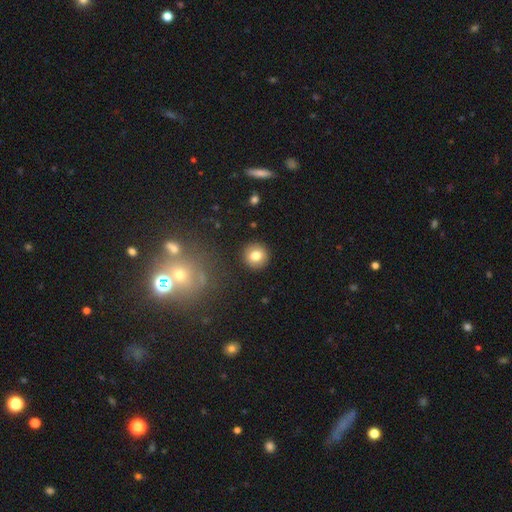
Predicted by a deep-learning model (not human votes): smooth 79%, featured or disk 11%, star or artifact 10%. Down the decision tree: how rounded — round (93%); merging — none (92%).